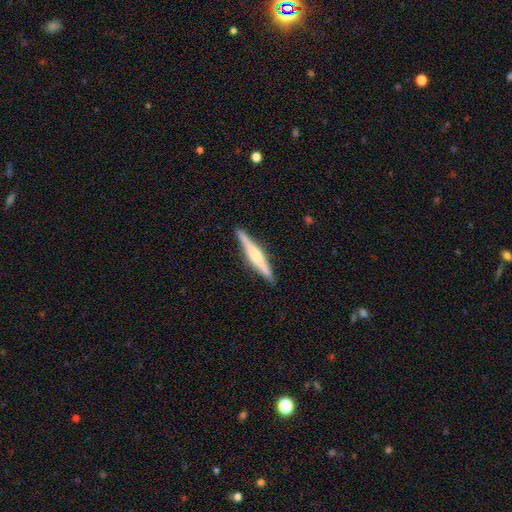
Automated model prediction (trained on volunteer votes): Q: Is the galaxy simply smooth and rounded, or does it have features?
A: featured or disk — 65%.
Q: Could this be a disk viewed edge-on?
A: yes — 98%.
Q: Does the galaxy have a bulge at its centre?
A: rounded — 73%.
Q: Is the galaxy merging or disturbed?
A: none — 90%.